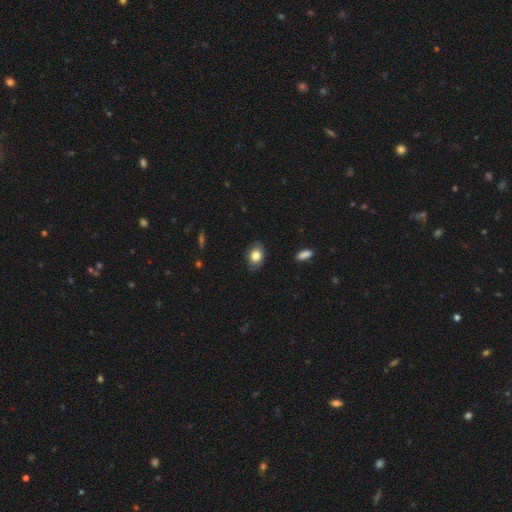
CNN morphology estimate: Smooth or featured: smooth — 81% (featured or disk — 11%)
How rounded: in between — 70% (round — 29%)
Merging: none — 82% (minor disturbance — 14%)